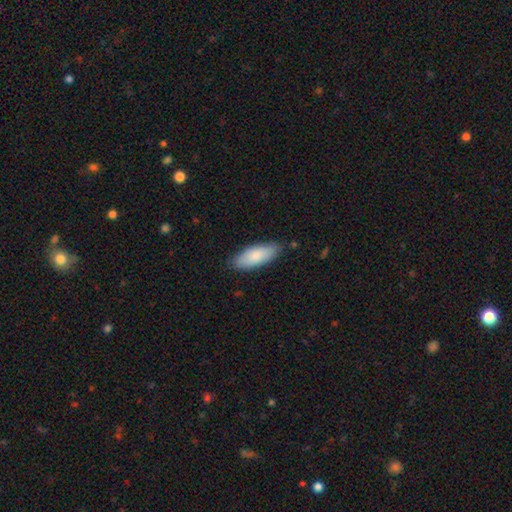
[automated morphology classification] Smooth or featured?
  - smooth: 84% *
  - featured or disk: 10%
  - star or artifact: 5%
How rounded?
  - in between: 76% *
  - cigar-shaped: 23%
  - round: 2%
Merging?
  - none: 82% *
  - minor disturbance: 14%
  - major disturbance: 2%
  - merger: 1%